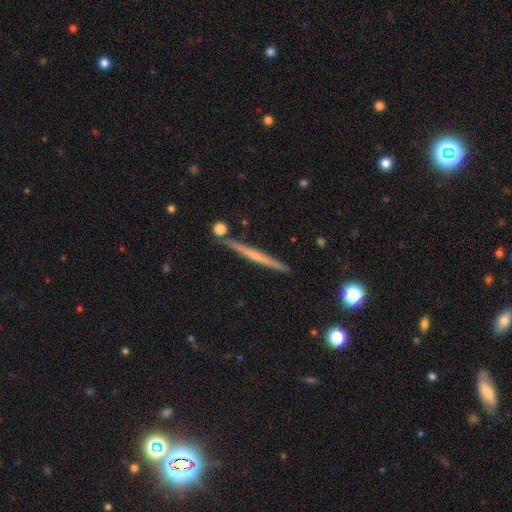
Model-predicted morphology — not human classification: Smooth or featured?
  - featured or disk: 62% *
  - smooth: 32%
  - star or artifact: 6%
Edge-on disk?
  - yes: 98% *
  - no: 2%
Edge-on bulge?
  - none: 62% *
  - rounded: 31%
  - boxy: 6%
Merging?
  - none: 89% *
  - minor disturbance: 7%
  - merger: 3%
  - major disturbance: 1%